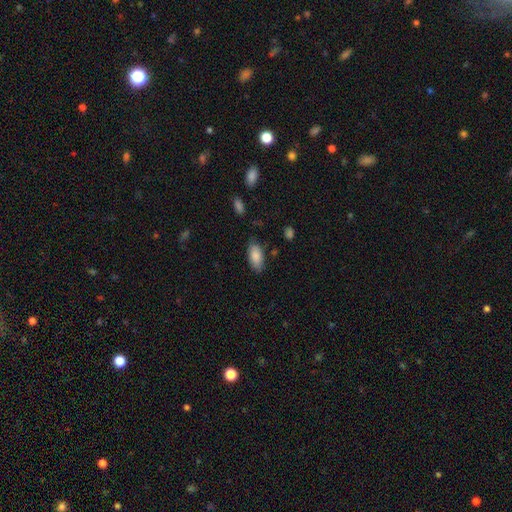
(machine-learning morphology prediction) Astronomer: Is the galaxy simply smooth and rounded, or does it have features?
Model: smooth — 86%.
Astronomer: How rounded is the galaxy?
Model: in between — 90%.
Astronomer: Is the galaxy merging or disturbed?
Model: none — 80%.